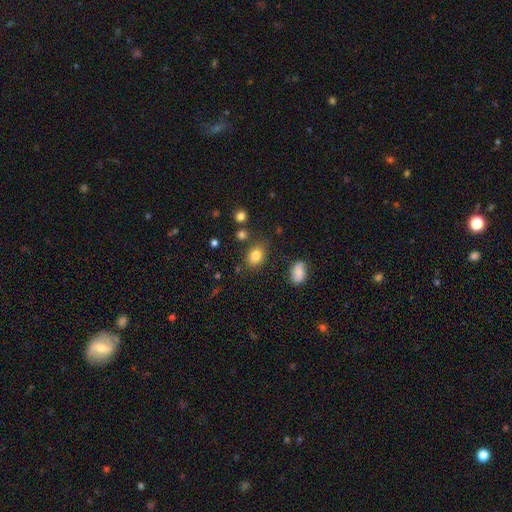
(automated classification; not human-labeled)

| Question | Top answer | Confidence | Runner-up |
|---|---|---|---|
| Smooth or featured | smooth | 82% | star or artifact (10%) |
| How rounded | in between | 74% | round (25%) |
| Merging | none | 79% | minor disturbance (13%) |